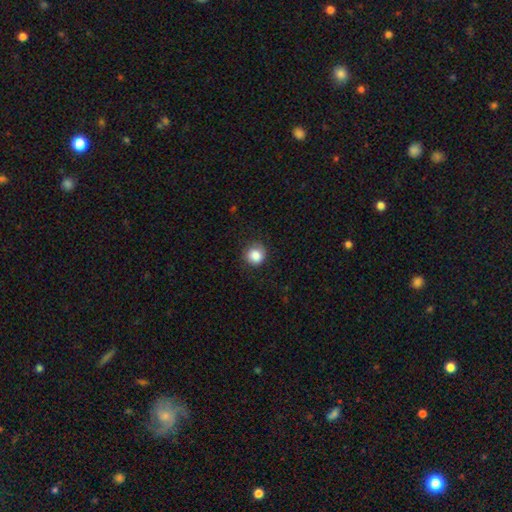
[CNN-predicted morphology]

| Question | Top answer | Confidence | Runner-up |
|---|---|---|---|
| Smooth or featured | smooth | 85% | star or artifact (9%) |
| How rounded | round | 91% | in between (8%) |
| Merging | none | 84% | minor disturbance (12%) |